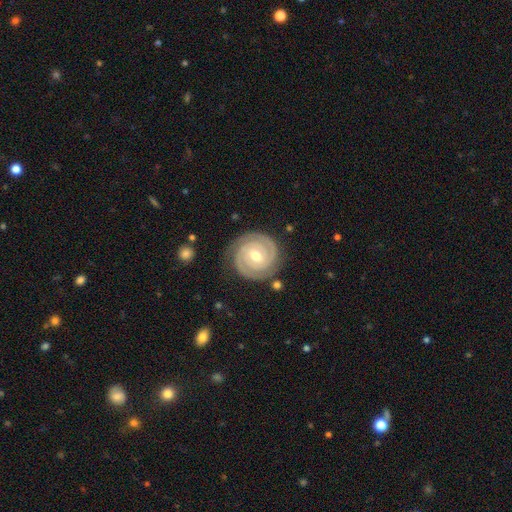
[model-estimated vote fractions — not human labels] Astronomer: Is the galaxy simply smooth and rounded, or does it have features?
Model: featured or disk — 91%.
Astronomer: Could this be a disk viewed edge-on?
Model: no — 98%.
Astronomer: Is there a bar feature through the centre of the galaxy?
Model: weak — 45% (runner-up: no, 32%).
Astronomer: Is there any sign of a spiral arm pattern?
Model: yes — 98%.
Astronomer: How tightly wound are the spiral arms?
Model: tight — 86%.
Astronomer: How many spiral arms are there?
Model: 2 — 85%.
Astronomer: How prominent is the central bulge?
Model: moderate — 61%.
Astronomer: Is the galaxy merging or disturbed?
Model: none — 86%.